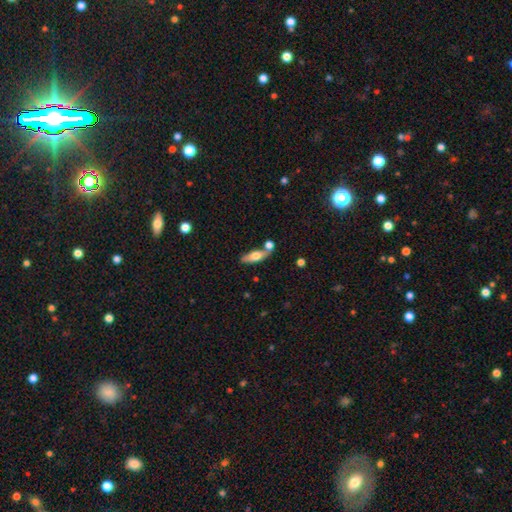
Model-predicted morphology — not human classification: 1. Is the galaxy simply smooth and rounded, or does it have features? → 59% smooth, 35% featured or disk, 6% star or artifact.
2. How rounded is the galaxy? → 54% in between, 42% cigar-shaped, 3% round.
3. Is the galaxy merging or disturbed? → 62% none, 21% merger, 14% minor disturbance, 4% major disturbance.